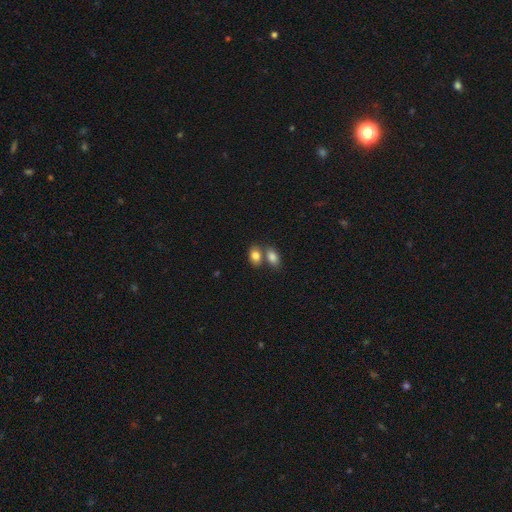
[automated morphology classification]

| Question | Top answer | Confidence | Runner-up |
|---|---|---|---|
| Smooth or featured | smooth | 83% | star or artifact (8%) |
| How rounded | in between | 81% | round (17%) |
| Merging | merger | 45% | none (42%) |